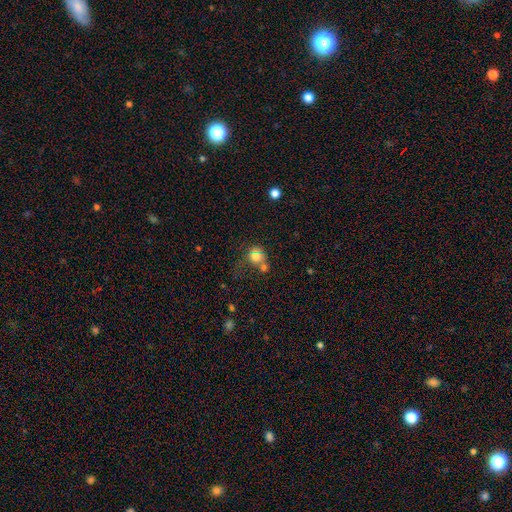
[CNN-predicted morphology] A smooth galaxy with no disk features (74%) that is round (76%). Merging: none (36%).